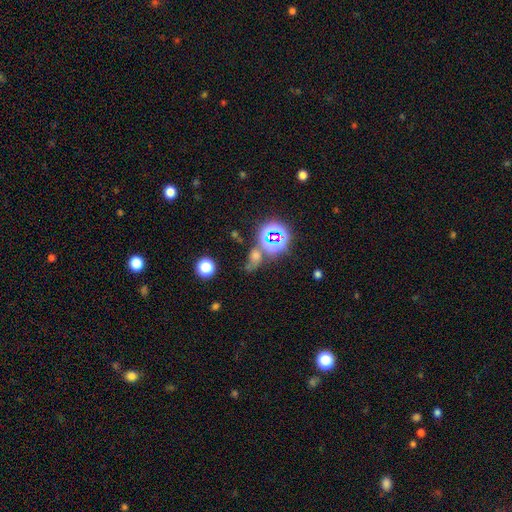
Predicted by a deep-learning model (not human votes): The model was most divided on "smooth or featured": star or artifact: 47%, smooth: 38%, featured or disk: 15%.